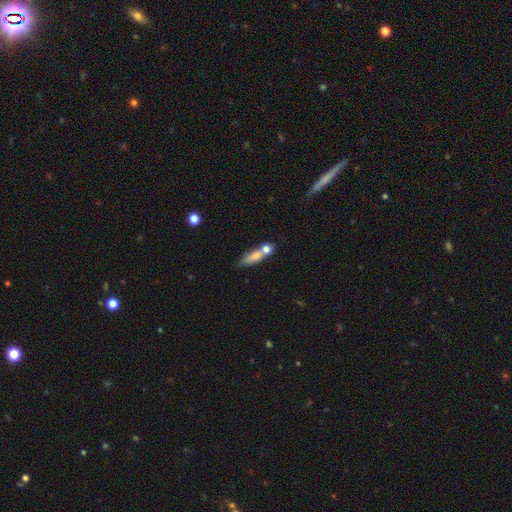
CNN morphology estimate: Smooth or featured? smooth (66%)
How rounded? cigar-shaped (56%)
Merging? none (46%)